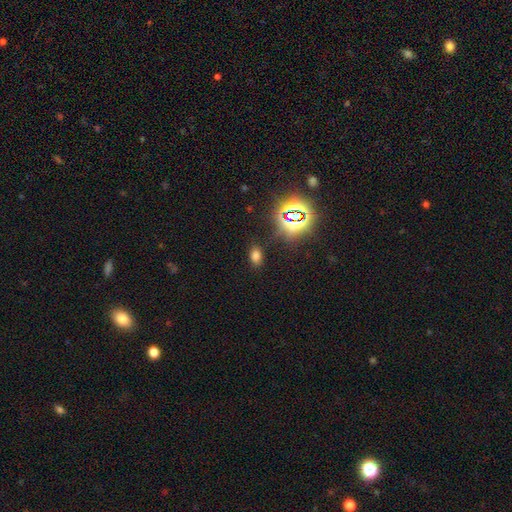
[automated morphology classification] A smooth galaxy with no disk features (66%) that is in between round and cigar-shaped (86%).

Vote fractions:
- Smooth or featured? smooth: 66% / star or artifact: 28% / featured or disk: 6%
- How rounded? in between: 86% / round: 12% / cigar-shaped: 2%
- Merging? none: 83% / minor disturbance: 11% / major disturbance: 4% / merger: 2%